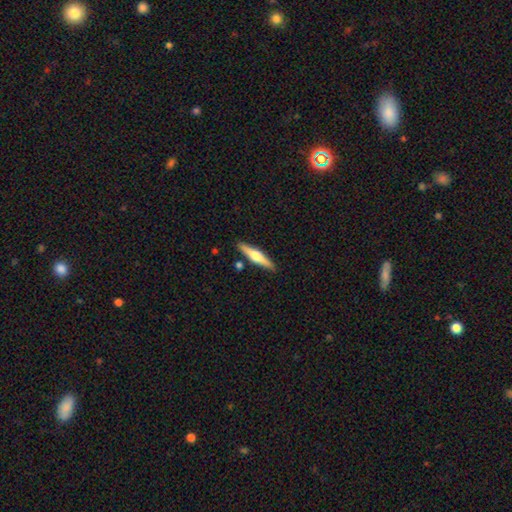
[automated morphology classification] smooth_or_featured: featured or disk (p=0.55) [alt: smooth p=0.39]
disk_edge_on: yes (p=0.96) [alt: no p=0.04]
edge_on_bulge: rounded (p=0.90) [alt: boxy p=0.06]
merging: none (p=0.87) [alt: minor disturbance p=0.08]